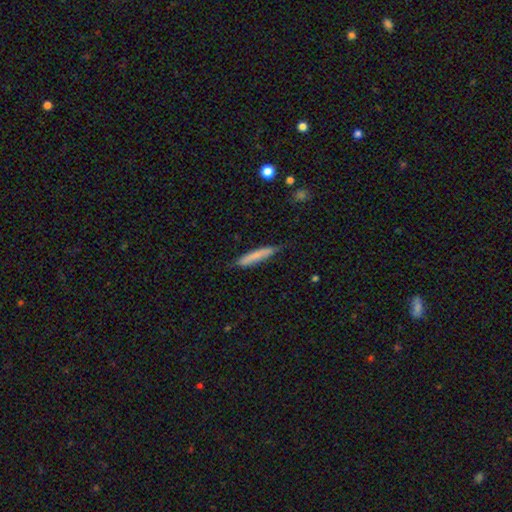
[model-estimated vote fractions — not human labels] smooth 74%, featured or disk 20%, star or artifact 6%. Down the decision tree: how rounded — cigar-shaped (90%); merging — none (70%).